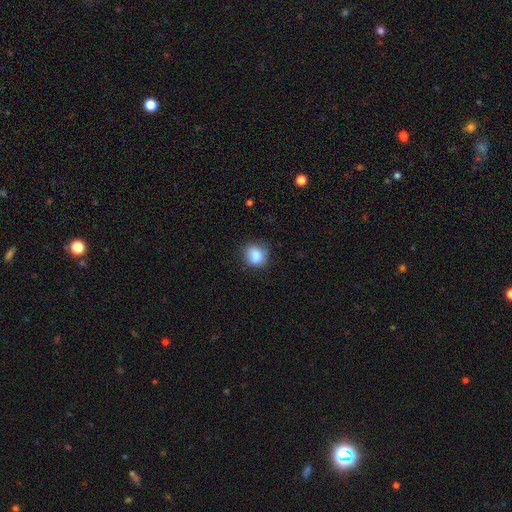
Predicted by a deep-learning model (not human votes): Smooth or featured: smooth — 85% (star or artifact — 9%)
How rounded: round — 69% (in between — 30%)
Merging: none — 72% (minor disturbance — 21%)